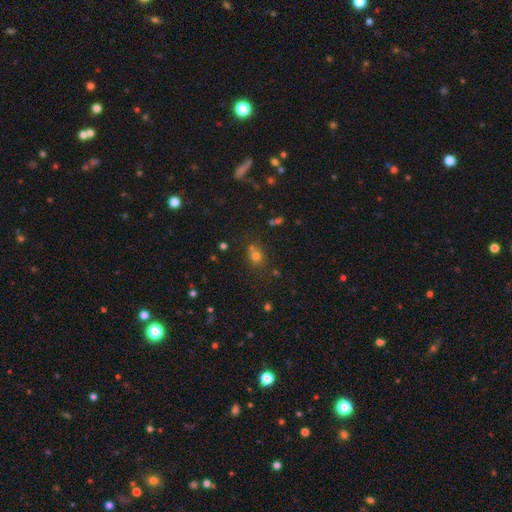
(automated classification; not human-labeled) This is possibly a smooth galaxy (60%). How rounded: likely round (75%). Merging: likely none (70%).